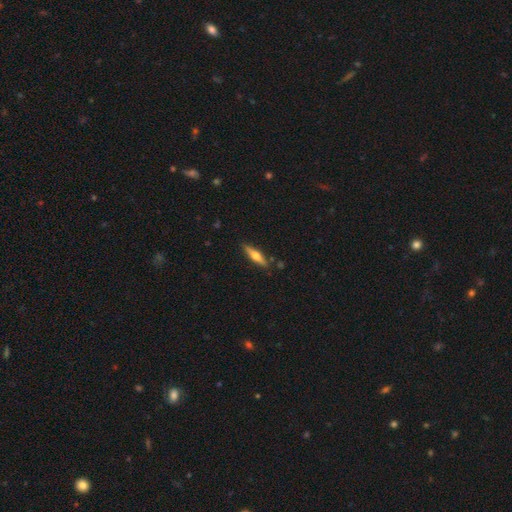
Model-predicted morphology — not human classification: This appears to be a featured or disk galaxy (50%). Merging: none (85%).